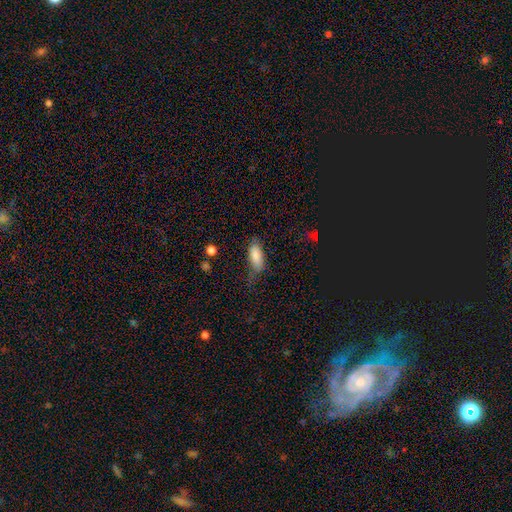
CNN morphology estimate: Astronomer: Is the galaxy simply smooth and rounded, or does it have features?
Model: smooth — 84%.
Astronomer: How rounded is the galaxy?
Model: in between — 85%.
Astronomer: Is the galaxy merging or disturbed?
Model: none — 45% (runner-up: minor disturbance, 34%).